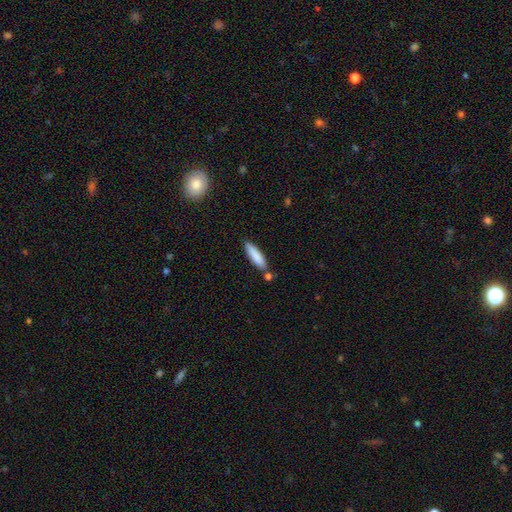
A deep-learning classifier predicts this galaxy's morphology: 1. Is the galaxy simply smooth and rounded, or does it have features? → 84% smooth, 10% featured or disk, 6% star or artifact.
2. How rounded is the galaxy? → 72% cigar-shaped, 27% in between, 1% round.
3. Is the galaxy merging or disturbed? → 73% none, 14% minor disturbance, 10% merger, 3% major disturbance.